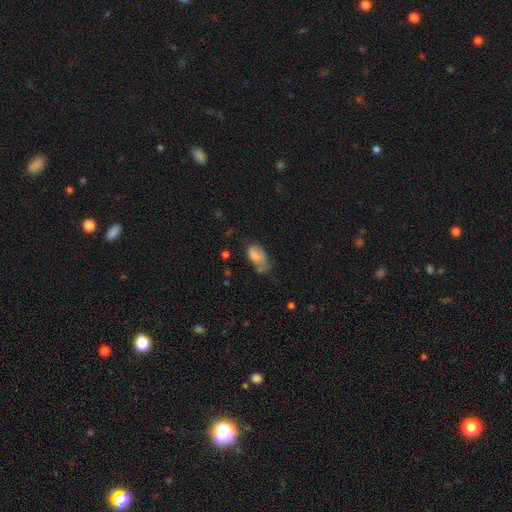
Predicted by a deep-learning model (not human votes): Smooth or featured?
  - smooth: 72% *
  - featured or disk: 19%
  - star or artifact: 9%
How rounded?
  - in between: 91% *
  - round: 7%
  - cigar-shaped: 2%
Merging?
  - minor disturbance: 35% *
  - none: 32%
  - major disturbance: 21%
  - merger: 12%